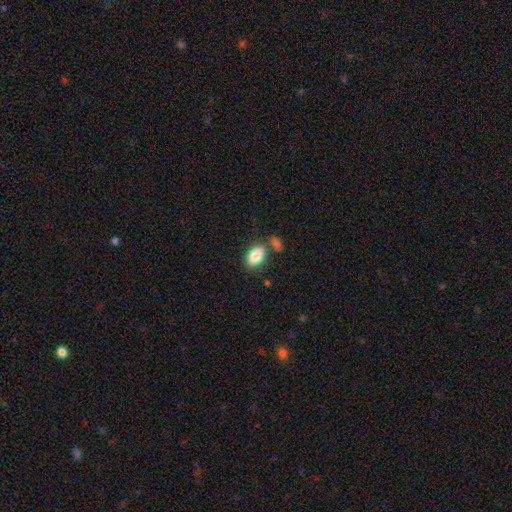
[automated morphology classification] This is clearly a smooth galaxy (84%). How rounded: clearly in between (90%). Merging: likely none (66%).